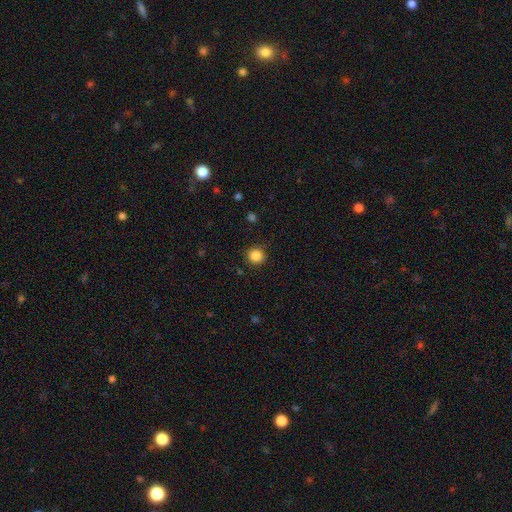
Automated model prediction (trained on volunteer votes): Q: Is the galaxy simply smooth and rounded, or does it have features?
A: smooth — 86%.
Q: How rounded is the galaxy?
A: round — 92%.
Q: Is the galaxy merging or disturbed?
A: none — 89%.